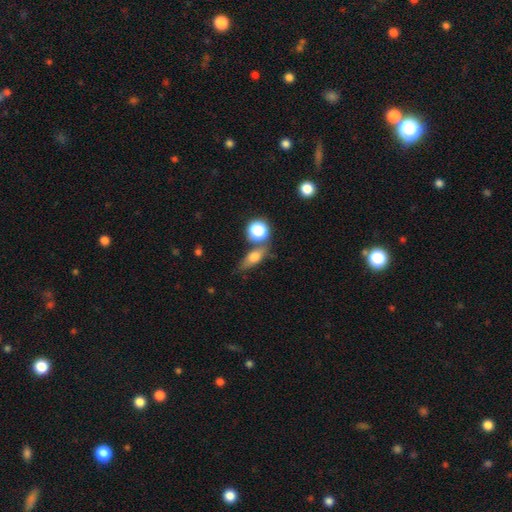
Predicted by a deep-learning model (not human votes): smooth 65%, featured or disk 22%, star or artifact 13%. Down the decision tree: how rounded — in between (57%); merging — none (60%).